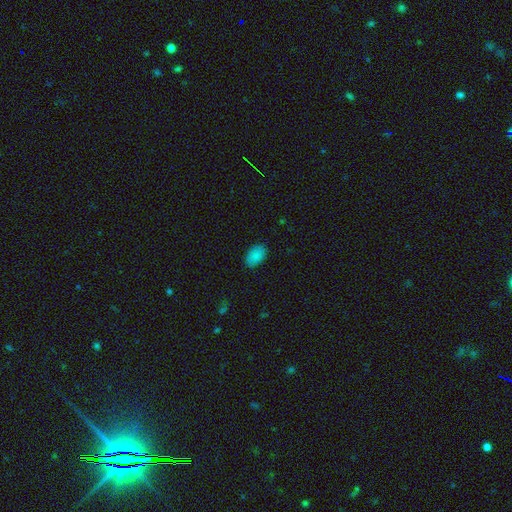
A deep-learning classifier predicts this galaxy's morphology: Smooth or featured? smooth (87%)
How rounded? in between (91%)
Merging? none (86%)